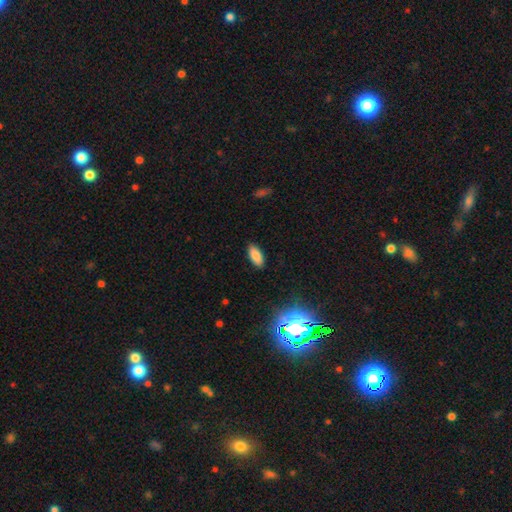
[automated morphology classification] This appears to be a smooth galaxy with no disk features (83%) that is in between round and cigar-shaped (86%). Merging: none (88%).